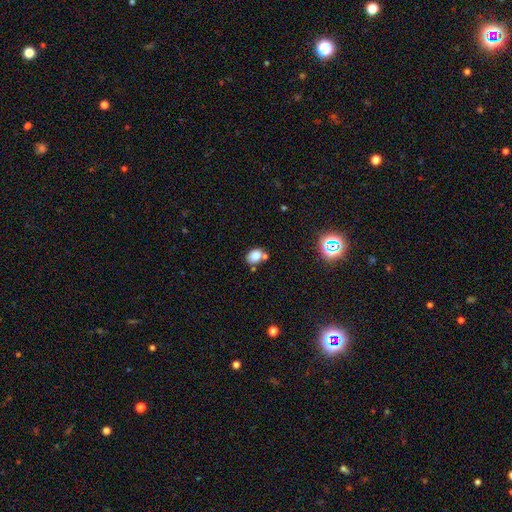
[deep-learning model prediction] Q: Smooth or featured?
A: smooth (81%); runner-up: star or artifact (12%)
Q: How rounded?
A: in between (69%); runner-up: round (30%)
Q: Merging?
A: none (57%); runner-up: merger (22%)